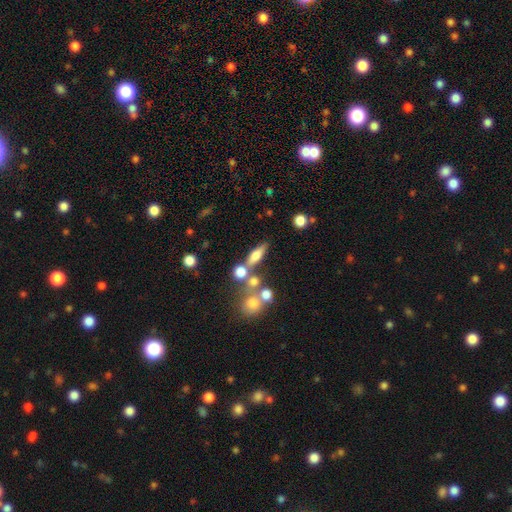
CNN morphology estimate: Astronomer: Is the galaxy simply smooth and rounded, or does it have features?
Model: smooth — 57%.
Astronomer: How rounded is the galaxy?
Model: in between — 46% (runner-up: cigar-shaped, 39%).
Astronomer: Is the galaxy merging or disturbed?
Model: none — 55%.